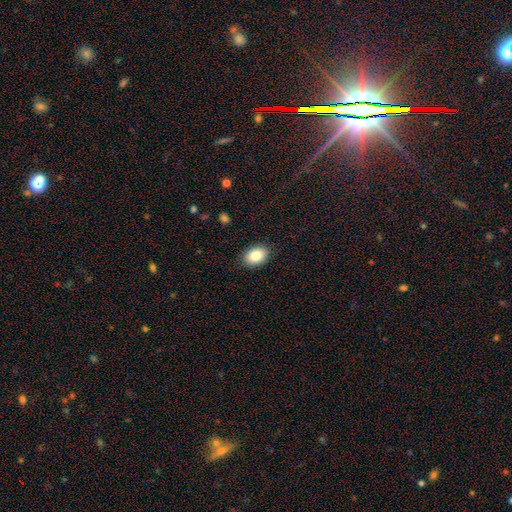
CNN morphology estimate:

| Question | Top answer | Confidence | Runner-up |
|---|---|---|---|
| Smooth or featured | smooth | 85% | star or artifact (8%) |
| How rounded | in between | 85% | round (14%) |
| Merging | none | 87% | minor disturbance (9%) |